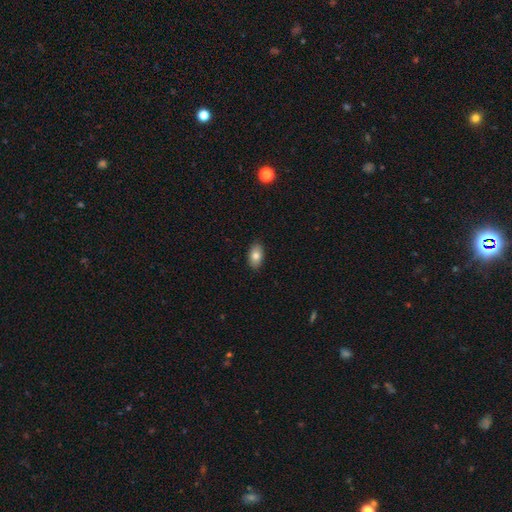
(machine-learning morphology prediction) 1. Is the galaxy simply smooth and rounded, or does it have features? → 82% smooth, 11% featured or disk, 8% star or artifact.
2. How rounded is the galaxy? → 92% in between, 6% round, 2% cigar-shaped.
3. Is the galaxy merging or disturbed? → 89% none, 8% minor disturbance, 2% major disturbance, 1% merger.